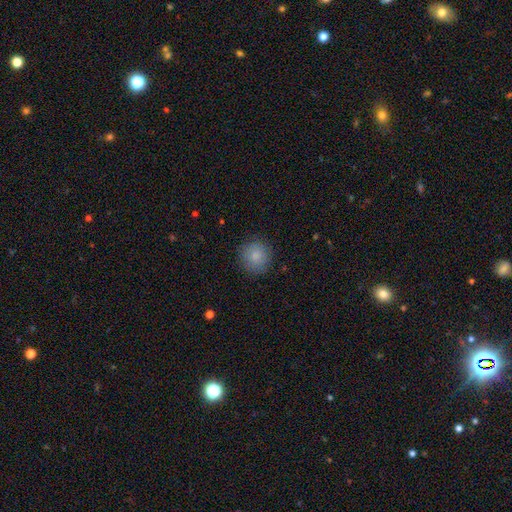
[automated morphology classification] The model was most divided on "smooth or featured": smooth: 85%, star or artifact: 8%, featured or disk: 6%. More confident: how rounded — round (93%); merging — none (87%).